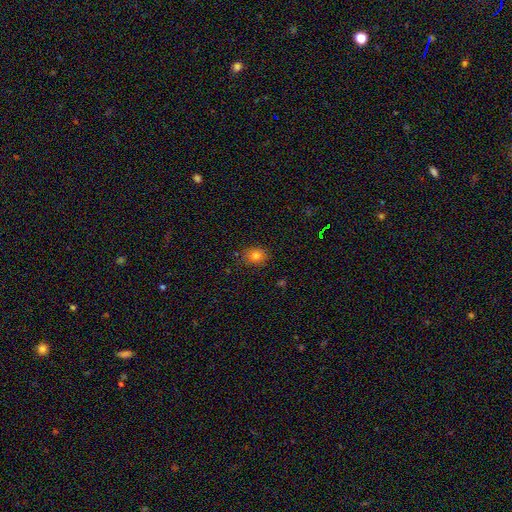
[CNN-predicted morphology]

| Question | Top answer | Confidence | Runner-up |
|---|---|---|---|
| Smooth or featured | smooth | 78% | star or artifact (13%) |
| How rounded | round | 55% | in between (44%) |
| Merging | none | 84% | minor disturbance (12%) |